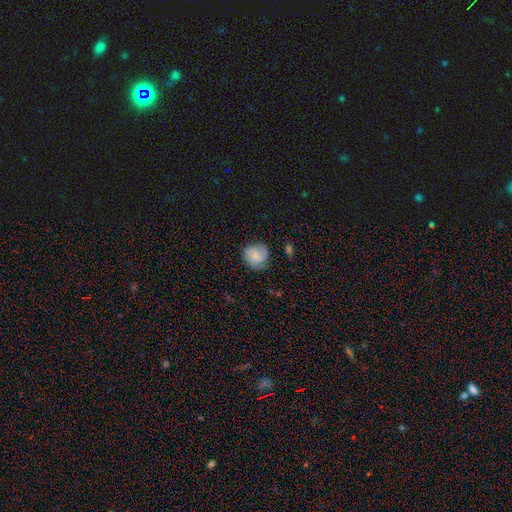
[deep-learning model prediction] Smooth or featured? Predicted: smooth (p=0.54). How rounded? Predicted: round (p=0.87). Merging? Predicted: none (p=0.73).